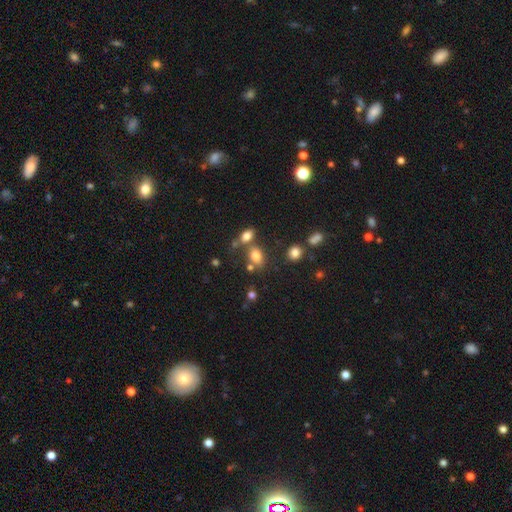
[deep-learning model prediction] This is likely a smooth galaxy (76%). How rounded: likely in between (75%). Merging: possibly none (54%).